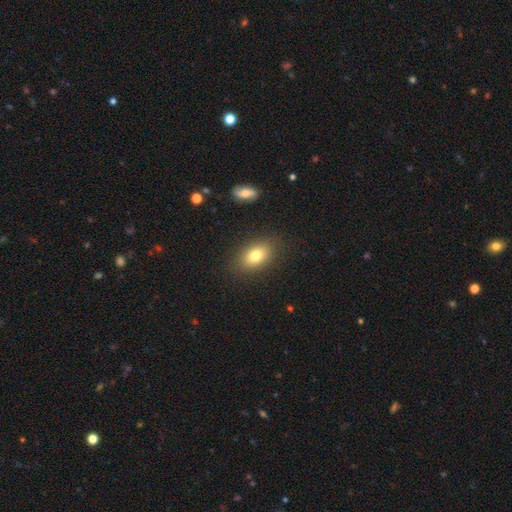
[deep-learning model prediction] A smooth galaxy with no disk features (77%) that is in between round and cigar-shaped (82%).

Vote fractions:
- Smooth or featured? smooth: 77% / featured or disk: 13% / star or artifact: 10%
- How rounded? in between: 82% / round: 16% / cigar-shaped: 2%
- Merging? none: 85% / minor disturbance: 10% / major disturbance: 3% / merger: 2%